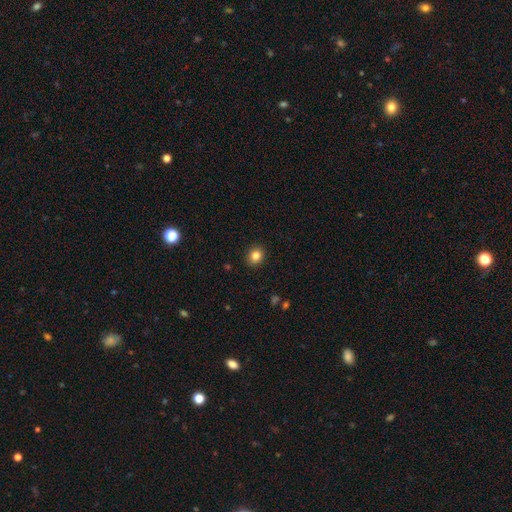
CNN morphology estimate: Q: Smooth or featured?
A: smooth (84%); runner-up: star or artifact (11%)
Q: How rounded?
A: round (77%); runner-up: in between (22%)
Q: Merging?
A: none (91%); runner-up: minor disturbance (6%)